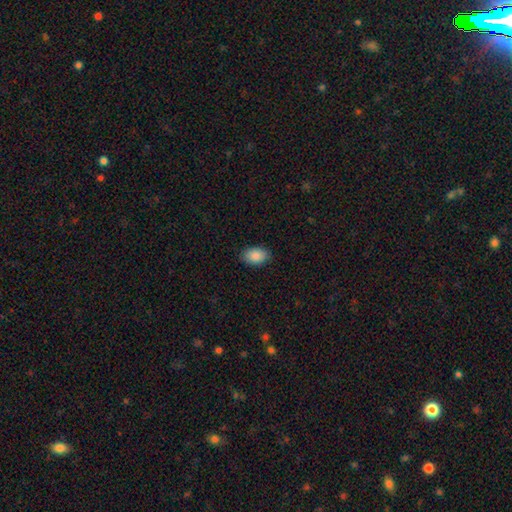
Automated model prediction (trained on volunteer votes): Morphology: type=smooth (89%); roundness=in between (90%); merging=none (86%).